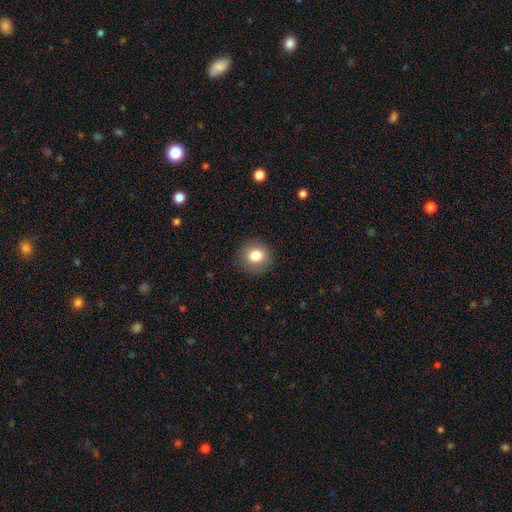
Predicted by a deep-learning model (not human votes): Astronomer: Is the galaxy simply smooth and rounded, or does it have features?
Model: smooth — 82%.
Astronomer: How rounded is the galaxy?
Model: round — 87%.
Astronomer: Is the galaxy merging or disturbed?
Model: none — 87%.